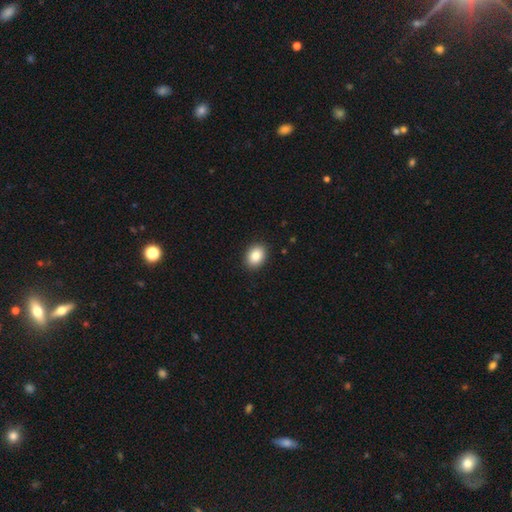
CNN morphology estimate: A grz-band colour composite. It shows a smooth galaxy with no disk features (86%) that is in between round and cigar-shaped (65%). Merging: none (91%).